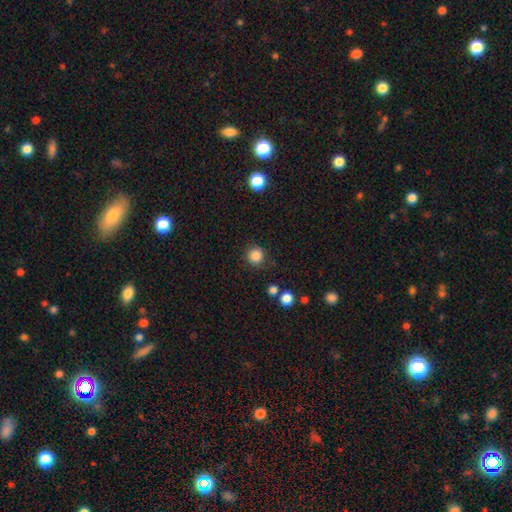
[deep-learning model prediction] Smooth or featured? Predicted: smooth (p=0.85). How rounded? Predicted: round (p=0.94). Merging? Predicted: none (p=0.86).